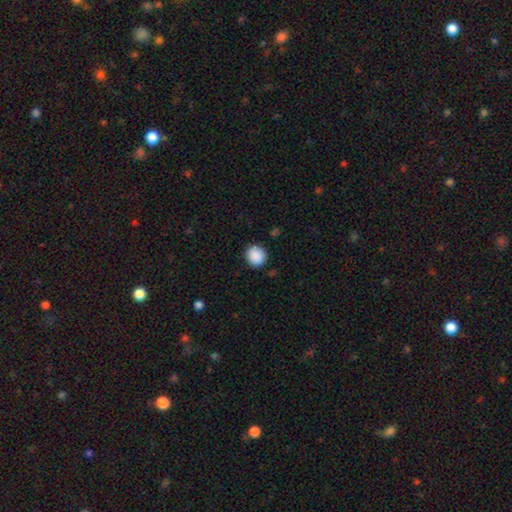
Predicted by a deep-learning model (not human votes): Smooth or featured: smooth — 90% (star or artifact — 8%)
How rounded: round — 85% (in between — 14%)
Merging: none — 88% (minor disturbance — 8%)